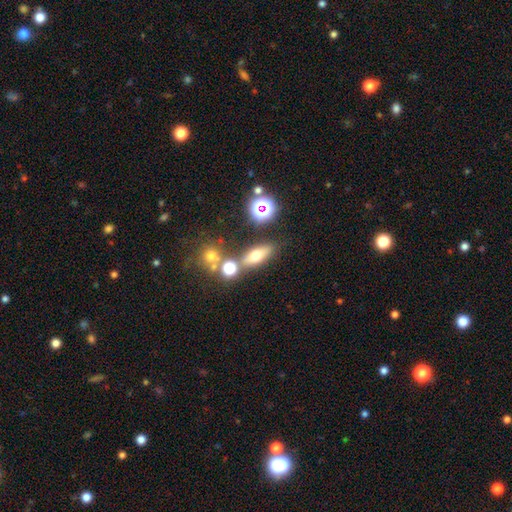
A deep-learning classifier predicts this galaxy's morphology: The model was most divided on "how rounded": in between: 57%, cigar-shaped: 25%, round: 18%. More confident: merging — none (70%); smooth or featured — smooth (60%).